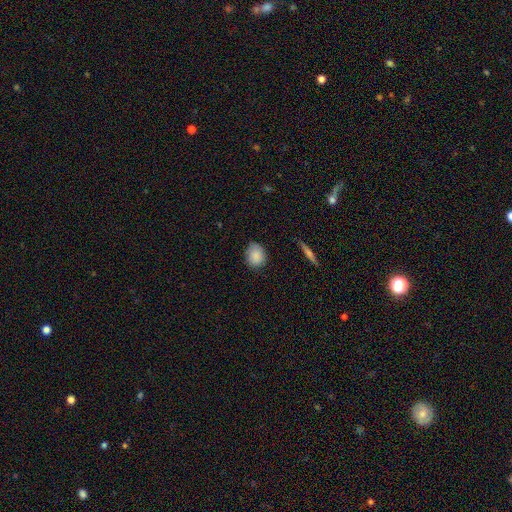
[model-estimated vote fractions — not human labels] This appears to be a smooth galaxy with no disk features (88%) that is round (56%). Merging: none (79%).